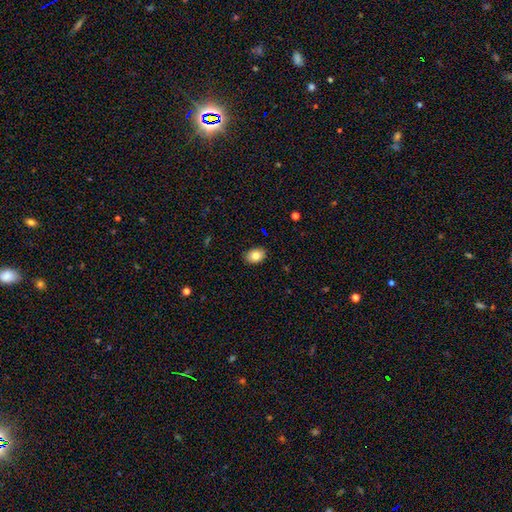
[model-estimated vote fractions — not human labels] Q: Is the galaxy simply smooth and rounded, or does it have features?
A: smooth — 82%.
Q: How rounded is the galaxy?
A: in between — 75%.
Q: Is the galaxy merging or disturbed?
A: none — 87%.